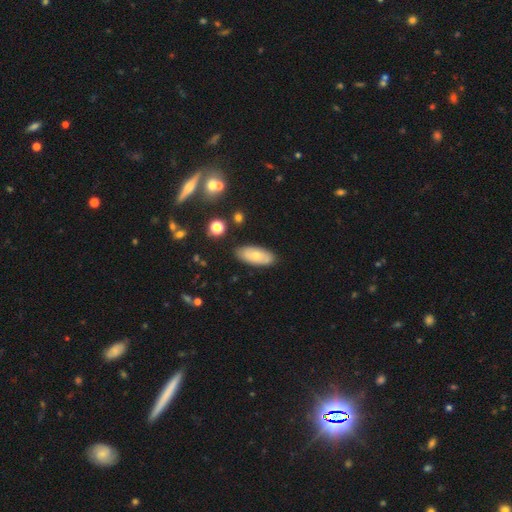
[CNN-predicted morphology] This is likely a smooth galaxy (60%). How rounded: clearly in between (87%). Merging: clearly none (83%).